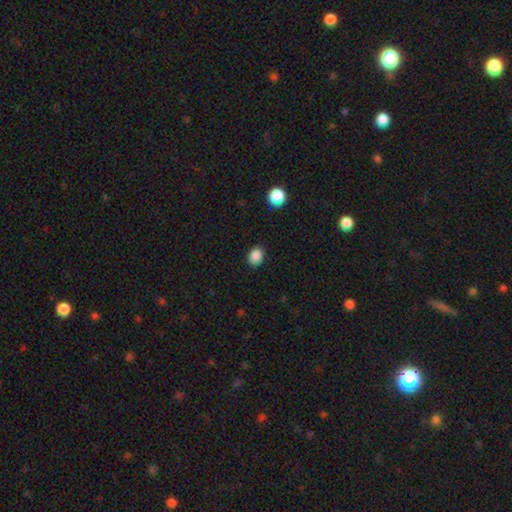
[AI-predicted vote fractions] This appears to be a smooth galaxy with no disk features (88%) that is in between round and cigar-shaped (61%). Merging: none (88%).